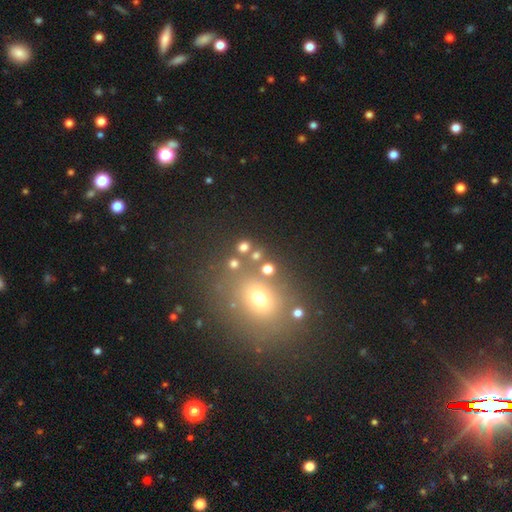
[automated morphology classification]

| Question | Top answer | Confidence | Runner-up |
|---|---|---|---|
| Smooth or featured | smooth | 61% | star or artifact (27%) |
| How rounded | round | 66% | in between (32%) |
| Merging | none | 74% | minor disturbance (10%) |